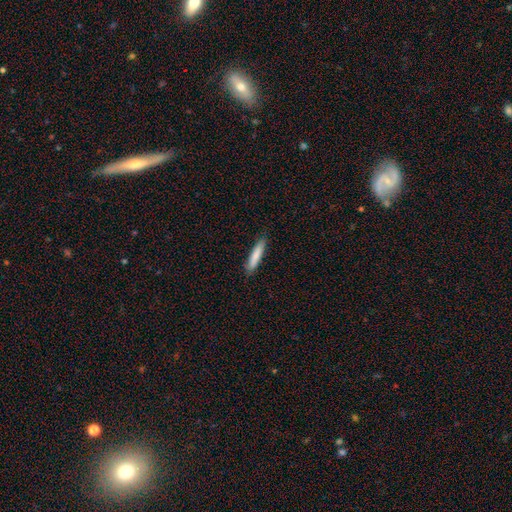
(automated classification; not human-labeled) Smooth or featured? smooth (83%)
How rounded? cigar-shaped (88%)
Merging? none (88%)